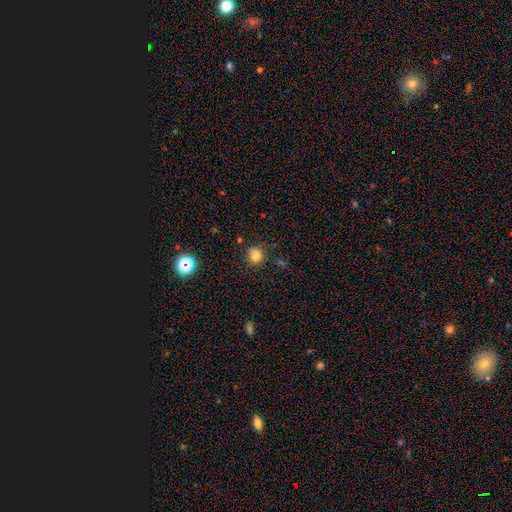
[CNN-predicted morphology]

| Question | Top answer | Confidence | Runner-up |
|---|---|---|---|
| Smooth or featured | smooth | 80% | star or artifact (14%) |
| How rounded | round | 87% | in between (12%) |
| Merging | none | 84% | minor disturbance (10%) |